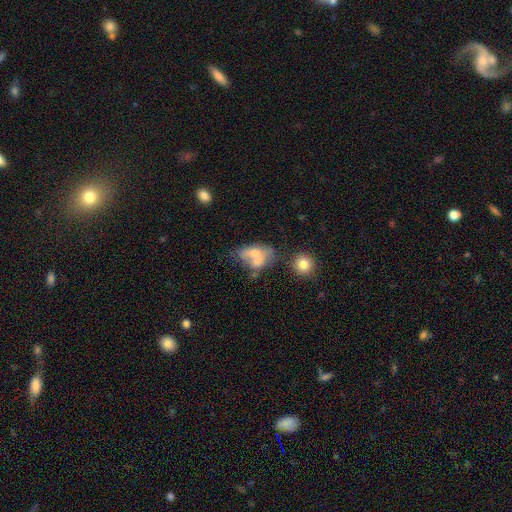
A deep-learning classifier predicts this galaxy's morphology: Overall: smooth (57%; featured or disk 33%). How rounded: in between (80%). Merging: merger (48%; none 21%).